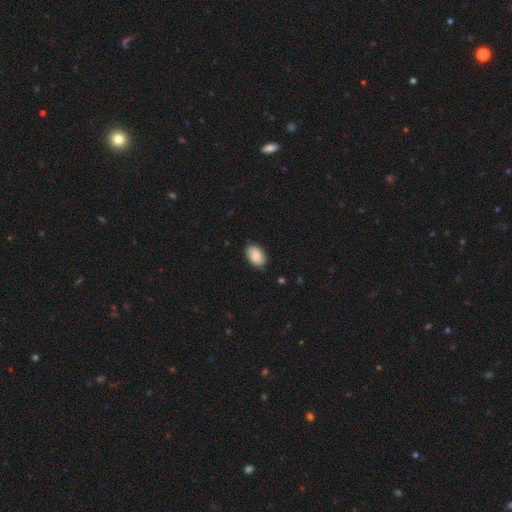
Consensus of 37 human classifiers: Q: Smooth or featured?
A: smooth (70%); runner-up: featured or disk (24%)
Q: How rounded?
A: in between (85%); runner-up: round (12%)
Q: Merging?
A: none (77%); runner-up: minor disturbance (17%)